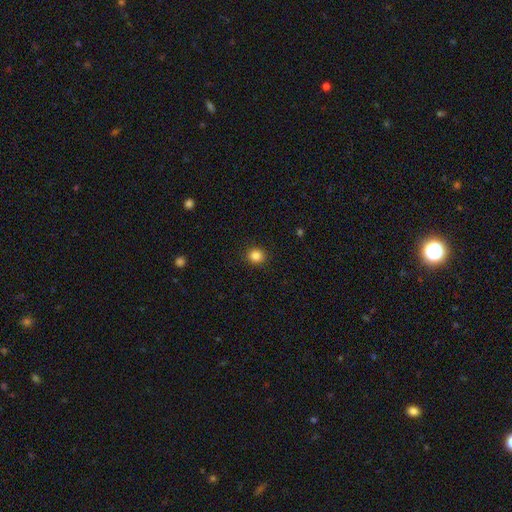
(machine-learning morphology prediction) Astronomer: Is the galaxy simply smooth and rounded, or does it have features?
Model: smooth — 85%.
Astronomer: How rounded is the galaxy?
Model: round — 89%.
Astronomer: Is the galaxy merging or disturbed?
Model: none — 92%.